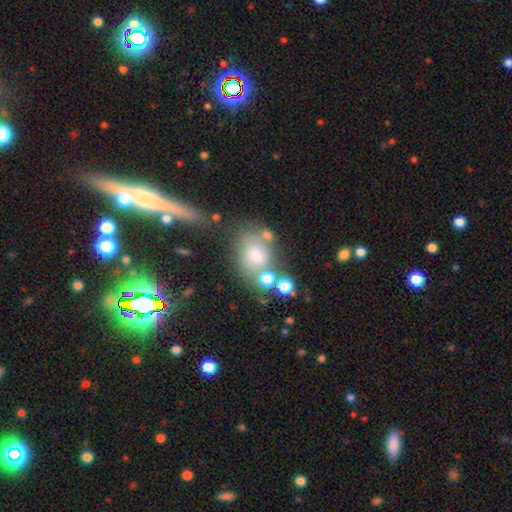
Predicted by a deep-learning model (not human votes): smooth-or-featured: smooth: 63% | featured or disk: 22% | star or artifact: 14%
  how-rounded: in between: 62% | round: 37% | cigar-shaped: 2%
  merging: none: 45% | merger: 22% | minor disturbance: 19% | major disturbance: 14%